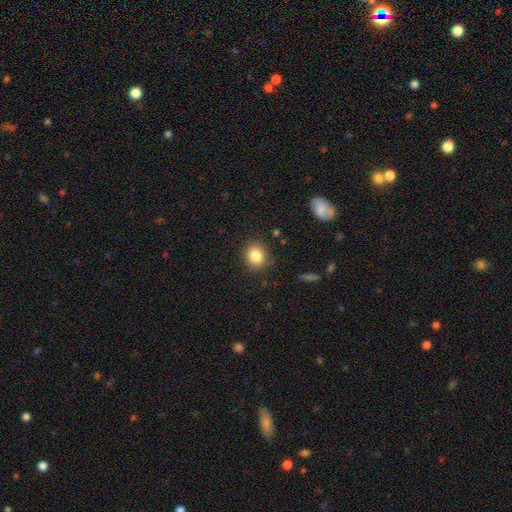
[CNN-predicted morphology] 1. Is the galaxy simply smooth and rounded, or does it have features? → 84% smooth, 10% star or artifact, 6% featured or disk.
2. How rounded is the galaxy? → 74% round, 25% in between, 1% cigar-shaped.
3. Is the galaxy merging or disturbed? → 84% none, 11% minor disturbance, 3% major disturbance, 2% merger.